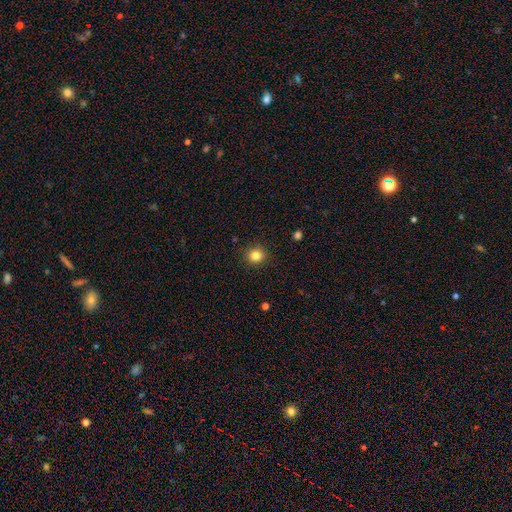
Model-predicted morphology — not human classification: A smooth galaxy with no disk features (83%) that is round (90%).

Vote fractions:
- Smooth or featured? smooth: 83% / star or artifact: 12% / featured or disk: 5%
- How rounded? round: 90% / in between: 9% / cigar-shaped: 1%
- Merging? none: 91% / minor disturbance: 6% / major disturbance: 2% / merger: 1%